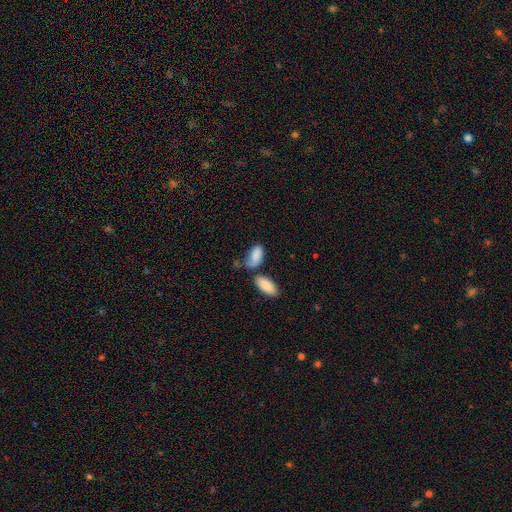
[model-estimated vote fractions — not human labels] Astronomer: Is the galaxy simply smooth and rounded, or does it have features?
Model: smooth — 85%.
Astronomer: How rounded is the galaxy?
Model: in between — 92%.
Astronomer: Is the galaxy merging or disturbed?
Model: none — 41% (runner-up: merger, 29%).